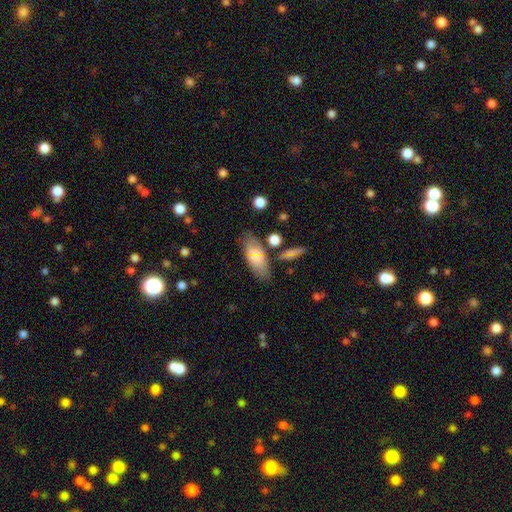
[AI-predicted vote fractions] Q: Smooth or featured?
A: smooth (69%); runner-up: featured or disk (22%)
Q: How rounded?
A: in between (77%); runner-up: cigar-shaped (19%)
Q: Merging?
A: none (75%); runner-up: minor disturbance (14%)